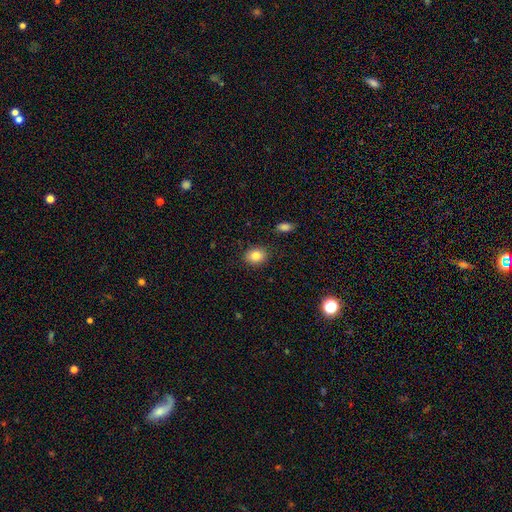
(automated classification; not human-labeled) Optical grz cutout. It shows a smooth galaxy with no disk features (84%) that is in between round and cigar-shaped (51%). Merging: none (87%).